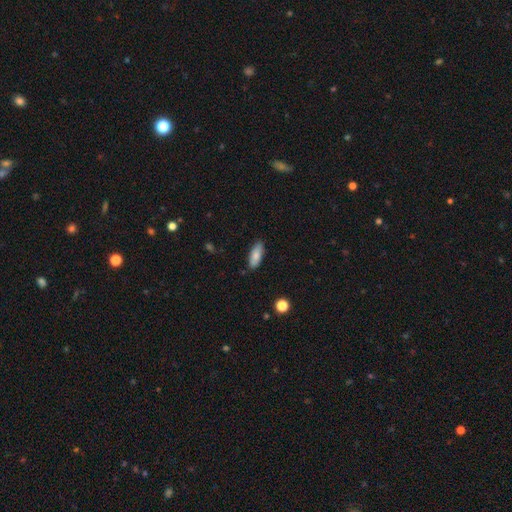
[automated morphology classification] Overall: smooth (84%). How rounded: in between (75%). Merging: none (86%).